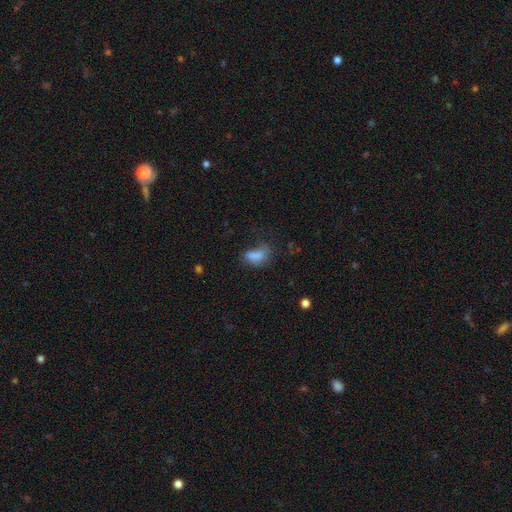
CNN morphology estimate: smooth-or-featured: smooth: 74% | featured or disk: 13% | star or artifact: 12%
  how-rounded: in between: 86% | round: 8% | cigar-shaped: 6%
  merging: major disturbance: 37% | none: 31% | minor disturbance: 26% | merger: 6%